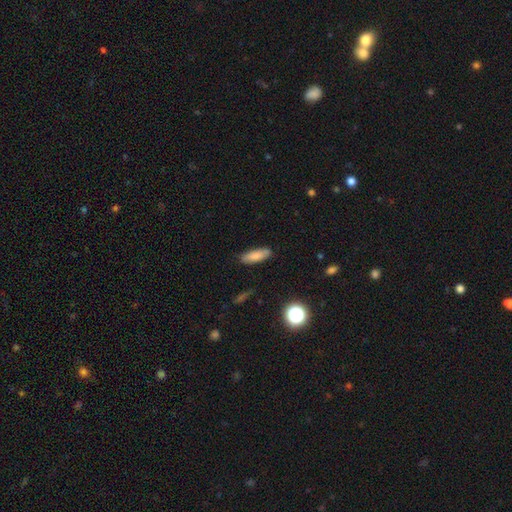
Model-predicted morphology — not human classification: This is clearly a smooth galaxy (84%). How rounded: possibly in between (59%). Merging: clearly none (83%).